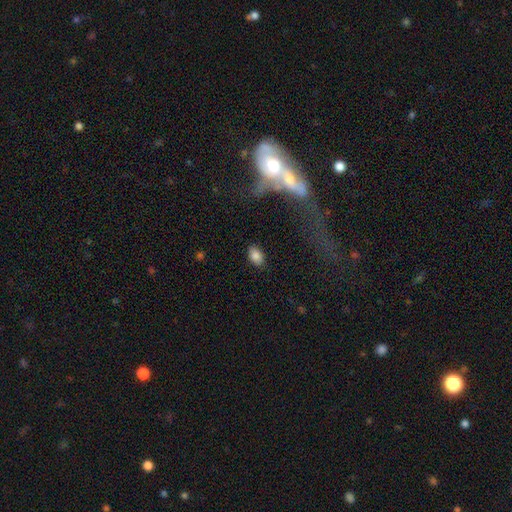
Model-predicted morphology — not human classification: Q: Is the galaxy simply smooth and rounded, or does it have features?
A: smooth — 85%.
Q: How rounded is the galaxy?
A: in between — 90%.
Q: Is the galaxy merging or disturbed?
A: none — 86%.